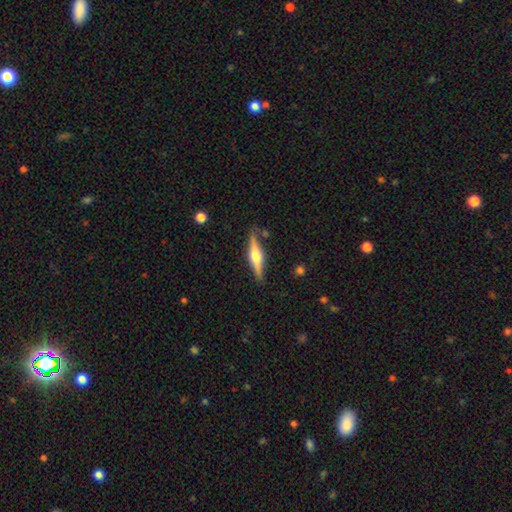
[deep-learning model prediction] smooth_or_featured: featured or disk (p=0.70) [alt: smooth p=0.24]
disk_edge_on: yes (p=0.97) [alt: no p=0.03]
edge_on_bulge: rounded (p=0.93) [alt: boxy p=0.05]
merging: none (p=0.85) [alt: minor disturbance p=0.10]